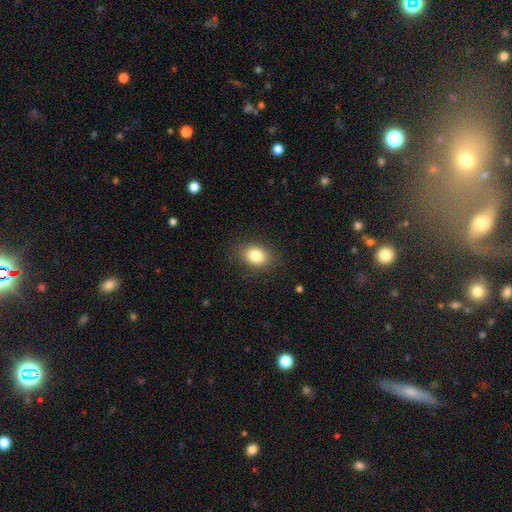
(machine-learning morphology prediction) smooth 83%, star or artifact 9%, featured or disk 8%. Down the decision tree: how rounded — in between (70%); merging — none (86%).